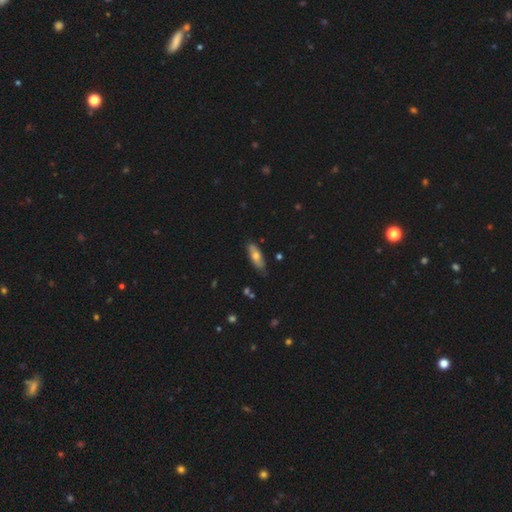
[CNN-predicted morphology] Smooth or featured? Predicted: smooth (p=0.64). How rounded? Predicted: in between (p=0.65). Merging? Predicted: none (p=0.74).